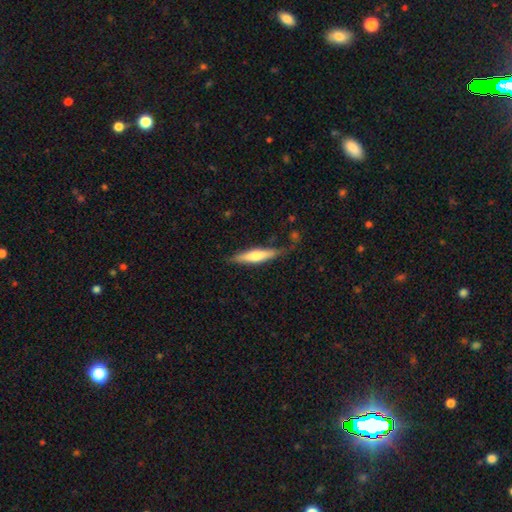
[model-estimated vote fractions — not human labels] Smooth or featured? smooth (54%)
How rounded? cigar-shaped (84%)
Merging? none (70%)